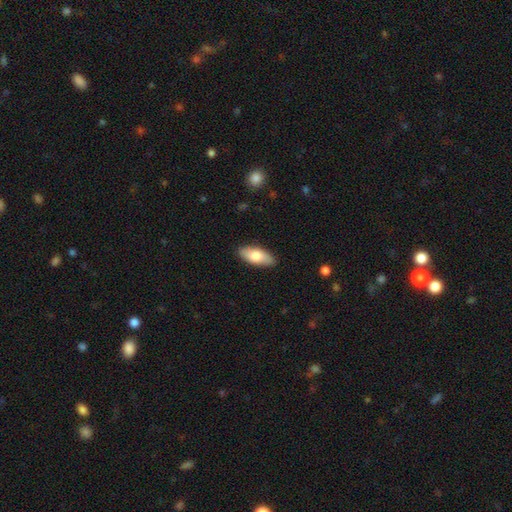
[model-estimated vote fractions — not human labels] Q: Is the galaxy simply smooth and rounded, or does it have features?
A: smooth — 78%.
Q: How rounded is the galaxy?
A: in between — 85%.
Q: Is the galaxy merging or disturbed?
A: none — 86%.